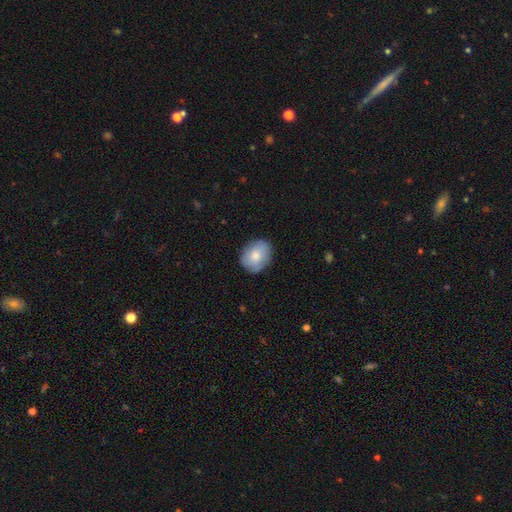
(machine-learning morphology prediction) Smooth or featured? Predicted: smooth (p=0.71). How rounded? Predicted: in between (p=0.53). Merging? Predicted: none (p=0.79).